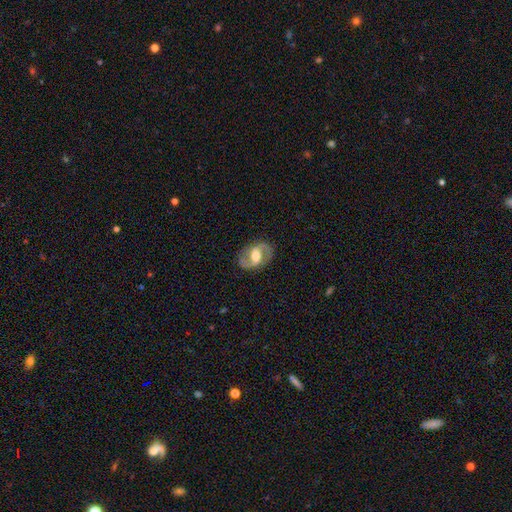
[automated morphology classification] This is clearly a featured or disk galaxy (83%). It is clearly not viewed edge-on (97%). Bar: possibly weak (48%). Spiral arm pattern: clearly yes (92%). Spiral arm count: clearly 2 (93%). Spiral winding: possibly medium (55%). Central bulge: possibly moderate (55%). Merging: clearly none (84%).